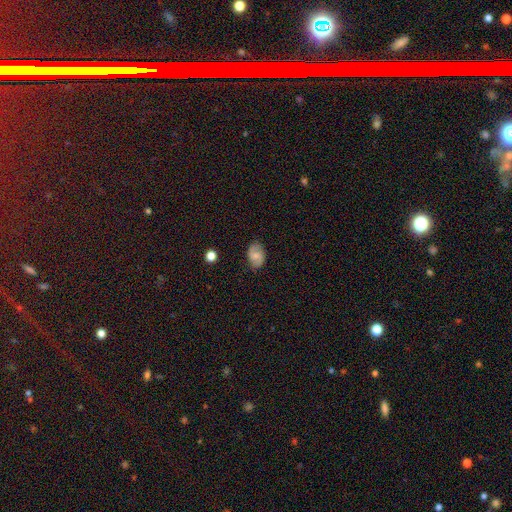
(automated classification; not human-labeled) A smooth galaxy with no disk features (60%) that is in between round and cigar-shaped (83%). Merging: none (81%).